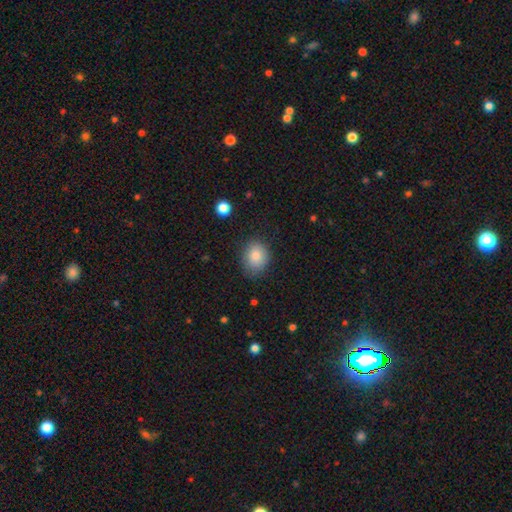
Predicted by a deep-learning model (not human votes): Overall: smooth (82%). How rounded: round (52%; in between 47%). Merging: none (80%).